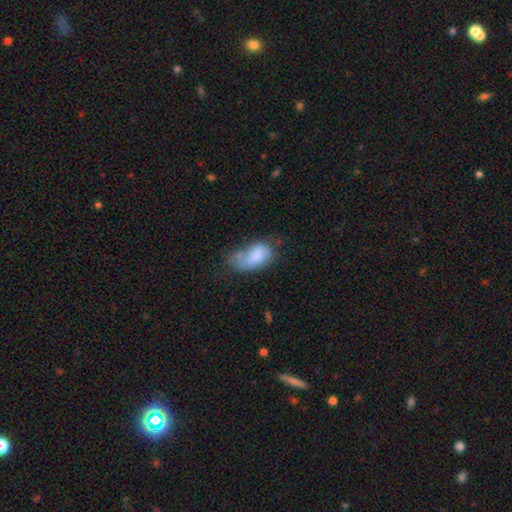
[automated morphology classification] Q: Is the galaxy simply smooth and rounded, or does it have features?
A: smooth — 72%.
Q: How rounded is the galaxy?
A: in between — 92%.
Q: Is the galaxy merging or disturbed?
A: minor disturbance — 31%.